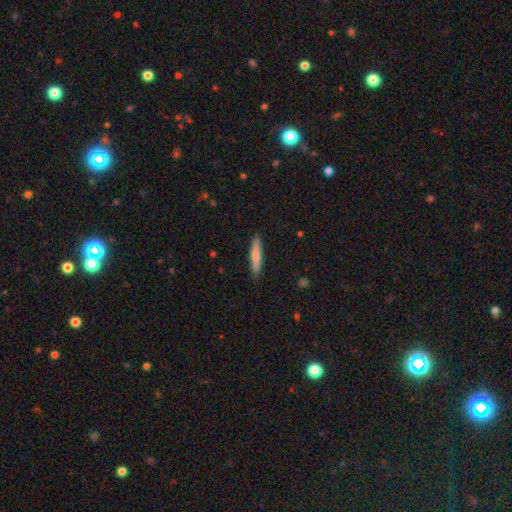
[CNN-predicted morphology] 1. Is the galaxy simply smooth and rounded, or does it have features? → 69% smooth, 26% featured or disk, 5% star or artifact.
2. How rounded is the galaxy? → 90% cigar-shaped, 9% in between, 1% round.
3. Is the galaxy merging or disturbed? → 88% none, 9% minor disturbance, 2% major disturbance, 1% merger.